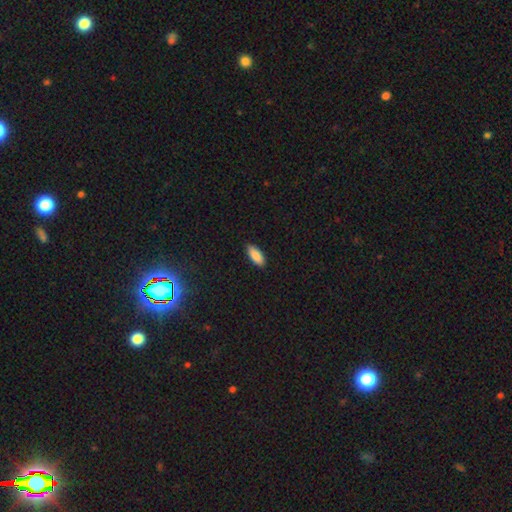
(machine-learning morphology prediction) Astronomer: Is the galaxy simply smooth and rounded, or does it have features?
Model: smooth — 87%.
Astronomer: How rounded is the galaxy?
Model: in between — 81%.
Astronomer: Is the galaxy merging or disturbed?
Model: none — 88%.